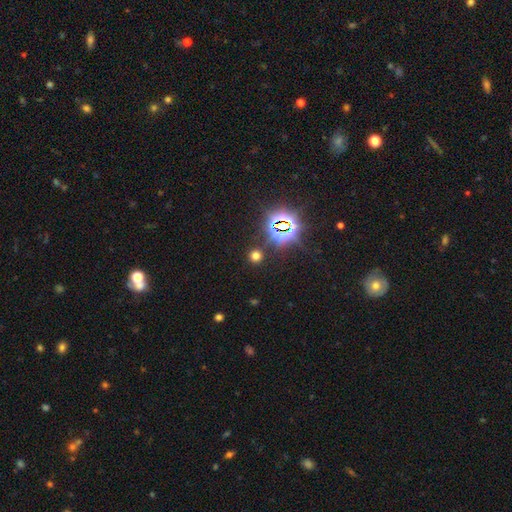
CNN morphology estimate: This is possibly a smooth galaxy (57%). How rounded: clearly round (90%). Merging: clearly none (86%).